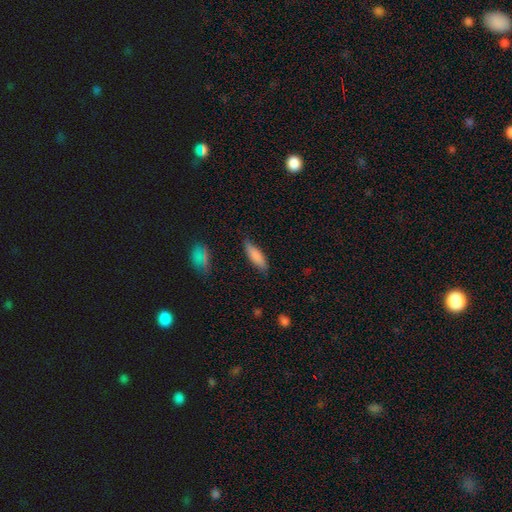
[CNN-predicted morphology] Overall: smooth (82%). How rounded: cigar-shaped (54%; in between 44%). Merging: none (77%).